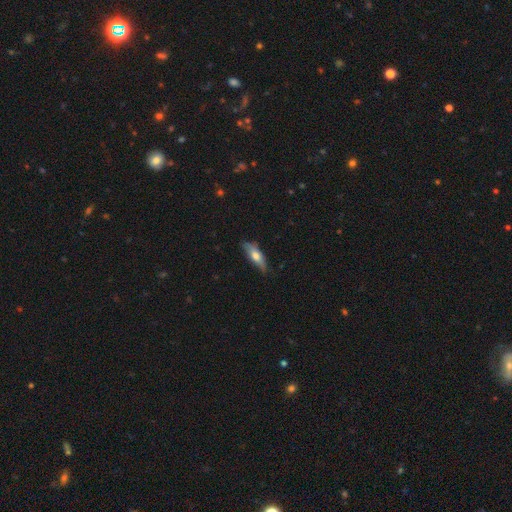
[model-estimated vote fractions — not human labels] Smooth or featured?
  - smooth: 58% *
  - featured or disk: 36%
  - star or artifact: 6%
How rounded?
  - in between: 49% * (tied)
  - cigar-shaped: 49% * (tied)
  - round: 2%
Merging?
  - none: 68% *
  - minor disturbance: 25%
  - major disturbance: 5%
  - merger: 2%